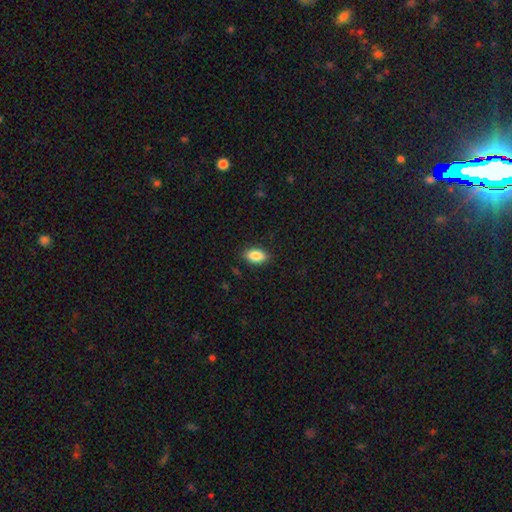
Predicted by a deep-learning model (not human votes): A smooth galaxy with no disk features (86%) that is in between round and cigar-shaped (91%).

Vote fractions:
- Smooth or featured? smooth: 86% / star or artifact: 7% / featured or disk: 6%
- How rounded? in between: 91% / round: 5% / cigar-shaped: 3%
- Merging? none: 87% / minor disturbance: 9% / major disturbance: 2% / merger: 1%